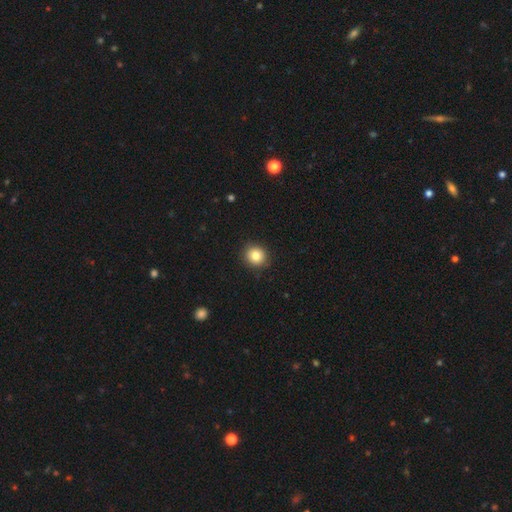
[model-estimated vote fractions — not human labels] smooth-or-featured: smooth: 81% | star or artifact: 10% | featured or disk: 8%
  how-rounded: round: 89% | in between: 11% | cigar-shaped: 1%
  merging: none: 91% | minor disturbance: 6% | major disturbance: 2% | merger: 1%